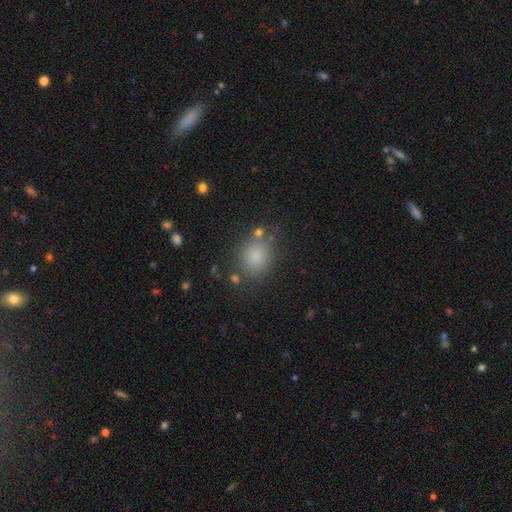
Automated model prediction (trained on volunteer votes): smooth 81%, star or artifact 12%, featured or disk 6%. Down the decision tree: how rounded — round (78%); merging — none (79%).